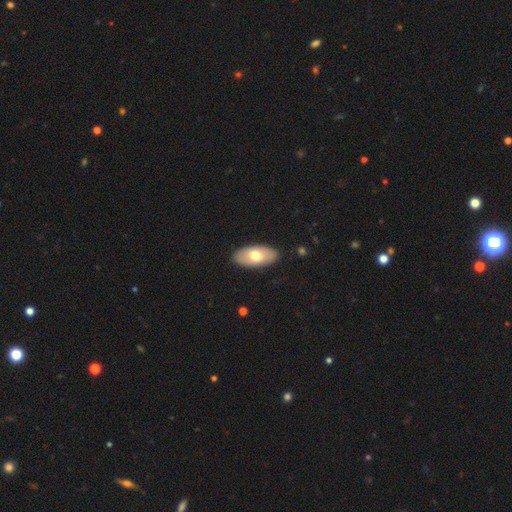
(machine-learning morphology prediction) A smooth galaxy with no disk features (67%) that is in between round and cigar-shaped (93%).

Vote fractions:
- Smooth or featured? smooth: 67% / featured or disk: 28% / star or artifact: 5%
- How rounded? in between: 93% / cigar-shaped: 4% / round: 3%
- Merging? none: 89% / minor disturbance: 8% / major disturbance: 2% / merger: 1%